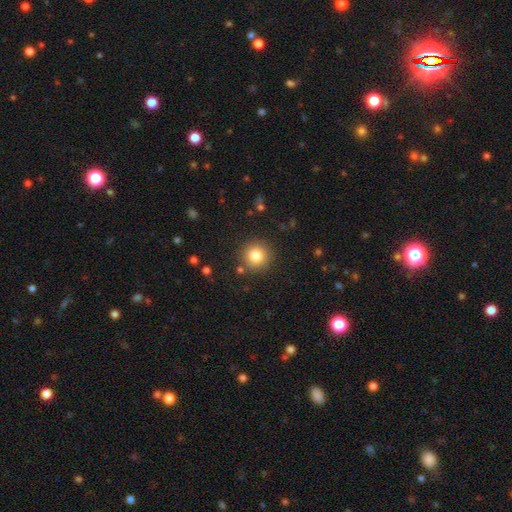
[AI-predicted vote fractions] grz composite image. It shows a smooth galaxy with no disk features (81%) that is round (94%). Merging: none (88%).